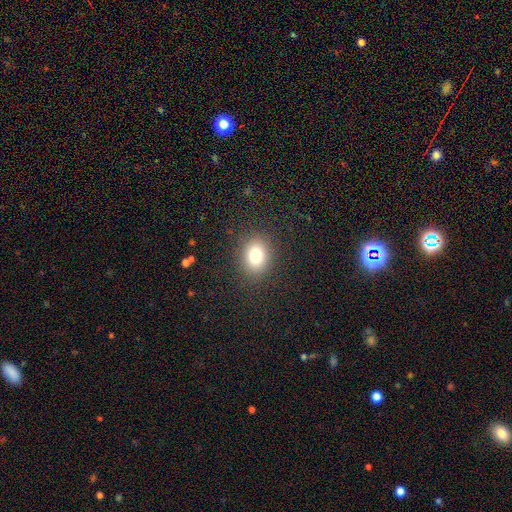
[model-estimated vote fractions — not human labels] Q: Smooth or featured?
A: smooth (79%); runner-up: star or artifact (13%)
Q: How rounded?
A: round (53%); runner-up: in between (46%)
Q: Merging?
A: none (87%); runner-up: minor disturbance (8%)